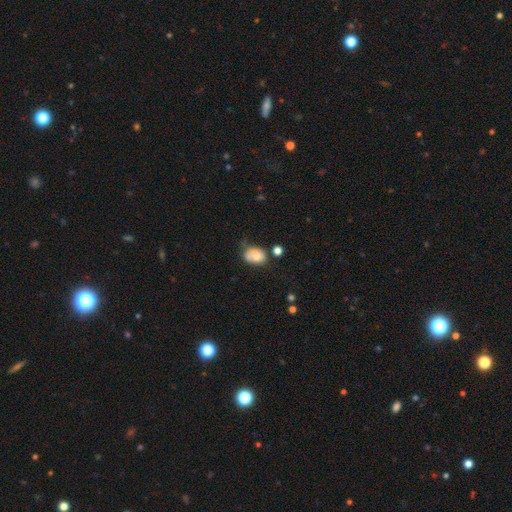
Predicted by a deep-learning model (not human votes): Overall: smooth (69%). How rounded: in between (66%; round 32%). Merging: none (38%; minor disturbance 29%).